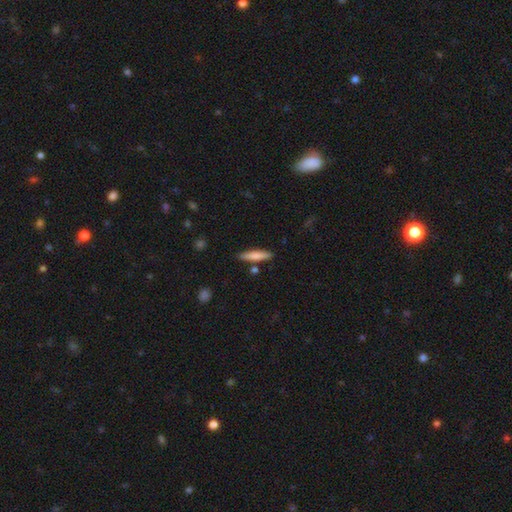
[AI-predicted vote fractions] smooth 74%, featured or disk 20%, star or artifact 6%. Down the decision tree: how rounded — cigar-shaped (86%); merging — none (84%).